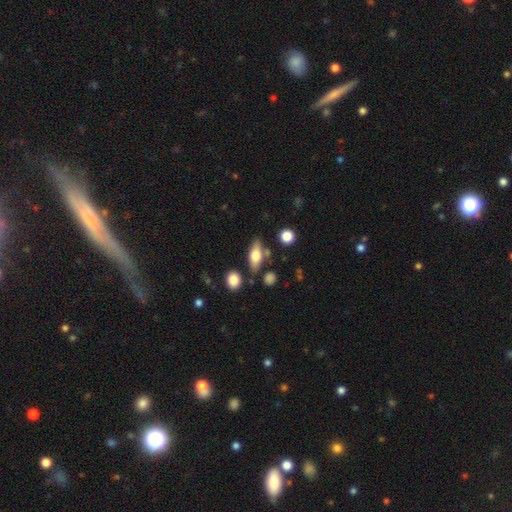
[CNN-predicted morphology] Overall: smooth (59%; featured or disk 33%). How rounded: in between (67%). Merging: none (74%).